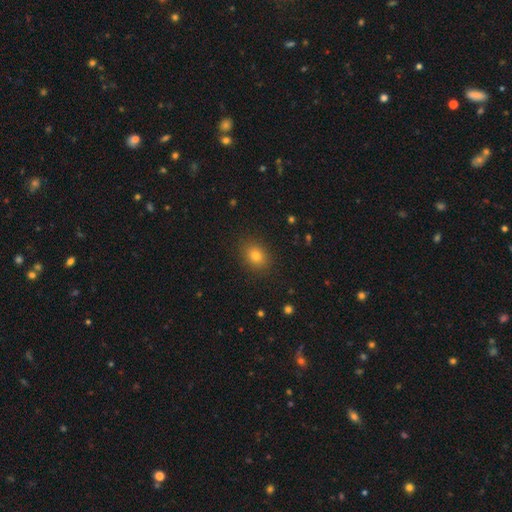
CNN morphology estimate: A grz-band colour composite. It shows a smooth galaxy with no disk features (79%) that is in between round and cigar-shaped (56%). Merging: none (89%).